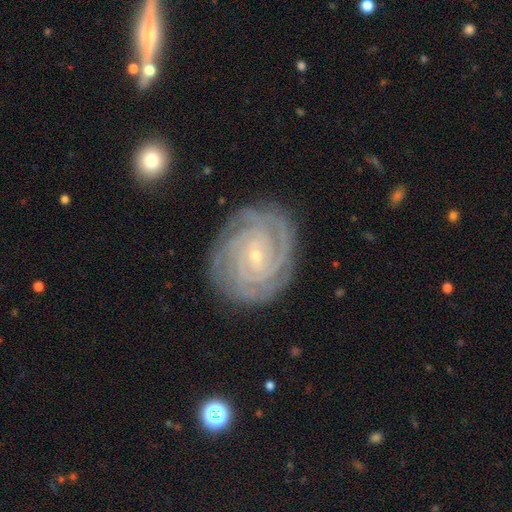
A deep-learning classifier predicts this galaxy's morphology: smooth_or_featured: featured or disk (p=0.89) [alt: star or artifact p=0.05]
disk_edge_on: no (p=0.98) [alt: yes p=0.02]
bar: no (p=0.63) [alt: weak p=0.27]
has_spiral_arms: yes (p=0.98) [alt: no p=0.02]
spiral_winding: tight (p=0.86) [alt: medium p=0.12]
spiral_arm_count: 4 (p=0.27) [alt: 3 p=0.21]
bulge_size: small (p=0.85) [alt: moderate p=0.12]
merging: none (p=0.83) [alt: minor disturbance p=0.13]